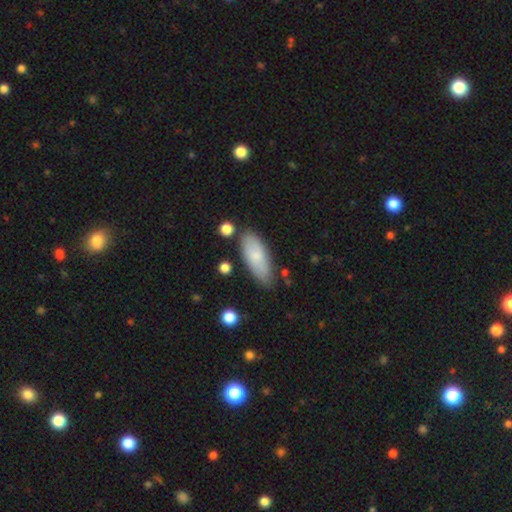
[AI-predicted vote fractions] A smooth galaxy with no disk features (76%) that is in between round and cigar-shaped (77%).

Vote fractions:
- Smooth or featured? smooth: 76% / featured or disk: 18% / star or artifact: 6%
- How rounded? in between: 77% / cigar-shaped: 21% / round: 2%
- Merging? none: 74% / minor disturbance: 19% / merger: 4% / major disturbance: 4%